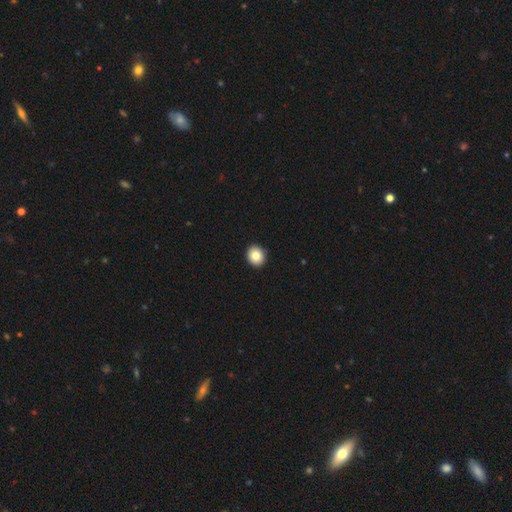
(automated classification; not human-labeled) The model was most divided on "how rounded": round: 75%, in between: 24%, cigar-shaped: 1%. More confident: merging — none (93%); smooth or featured — smooth (83%).